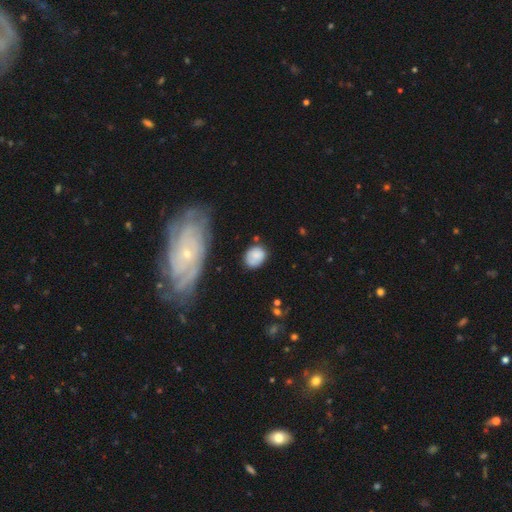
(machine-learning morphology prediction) Q: Smooth or featured?
A: smooth (74%); runner-up: featured or disk (18%)
Q: How rounded?
A: round (55%); runner-up: in between (44%)
Q: Merging?
A: none (66%); runner-up: minor disturbance (22%)